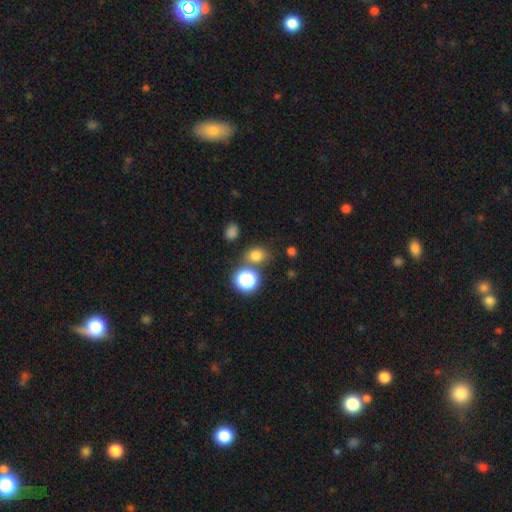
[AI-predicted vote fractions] Smooth or featured: smooth — 73% (star or artifact — 20%)
How rounded: round — 57% (in between — 42%)
Merging: none — 71% (merger — 13%)